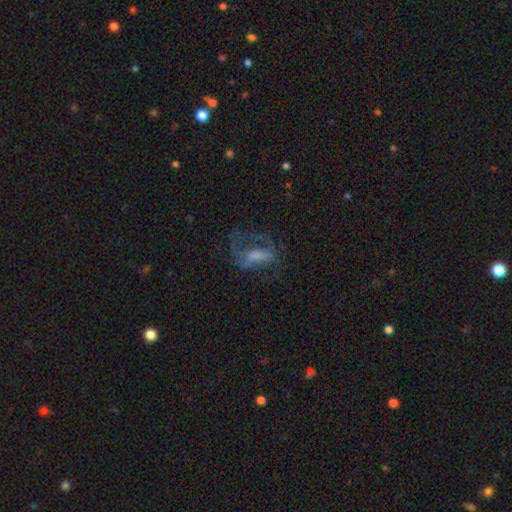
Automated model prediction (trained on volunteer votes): featured or disk 54%, smooth 30%, star or artifact 16%. Down the decision tree: edge-on disk — no (89%); merging — major disturbance (41%).